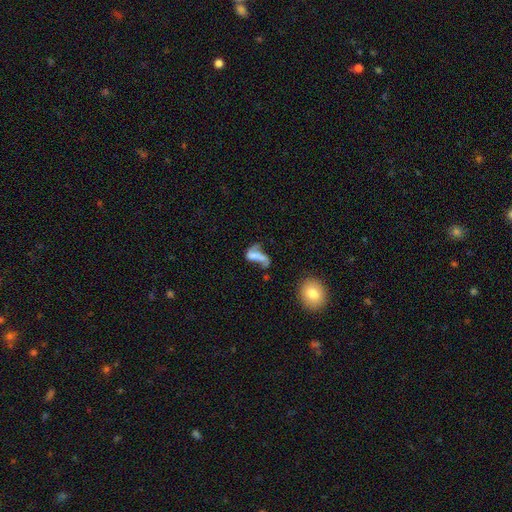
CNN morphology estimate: Smooth or featured? featured or disk (52%)
Edge-on disk? no (94%)
Merging? merger (35%)